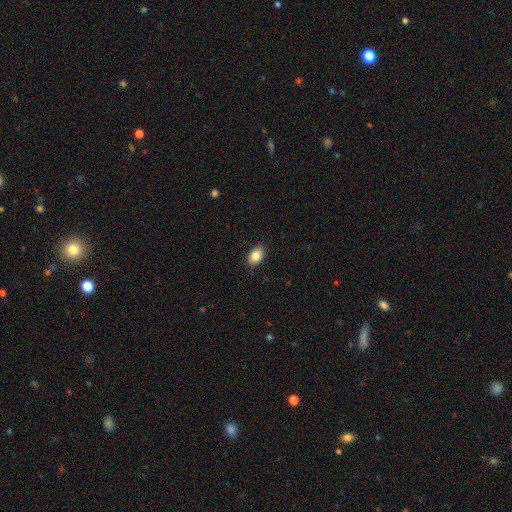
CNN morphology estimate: This is clearly a smooth galaxy (84%). How rounded: clearly in between (82%). Merging: clearly none (83%).